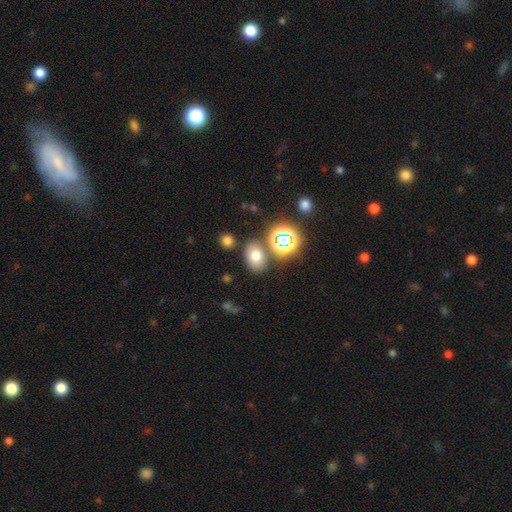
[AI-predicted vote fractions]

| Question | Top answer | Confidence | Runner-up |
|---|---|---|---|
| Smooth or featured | smooth | 69% | star or artifact (19%) |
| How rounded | in between | 76% | round (23%) |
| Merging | none | 76% | minor disturbance (11%) |